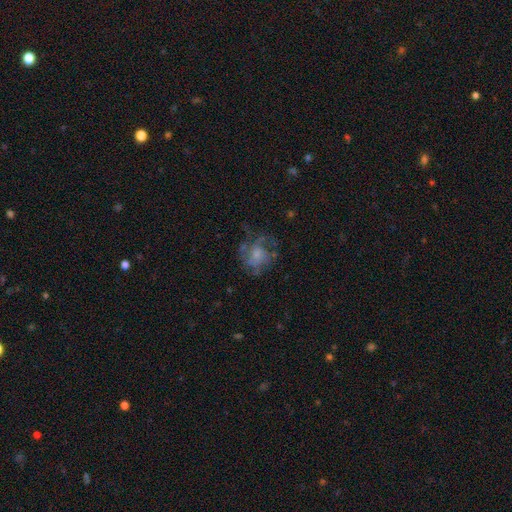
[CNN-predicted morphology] featured or disk 56%, smooth 32%, star or artifact 11%. Down the decision tree: edge-on disk — no (98%); bar — no (79%); spiral arms — yes (62%); bulge size — moderate (36%); merging — none (49%).